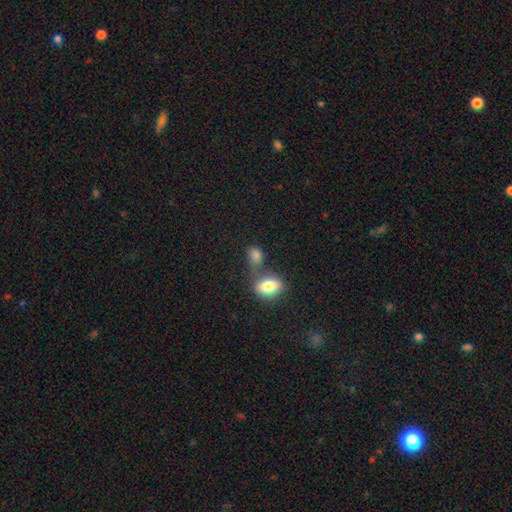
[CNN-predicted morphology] Overall: smooth (80%). How rounded: in between (66%; round 31%). Merging: none (44%; merger 35%).